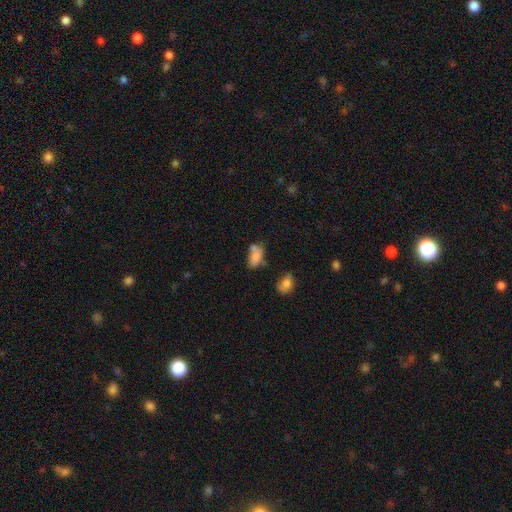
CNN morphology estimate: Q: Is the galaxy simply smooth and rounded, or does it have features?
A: smooth — 76%.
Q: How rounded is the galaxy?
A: in between — 88%.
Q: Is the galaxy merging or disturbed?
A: none — 39%.